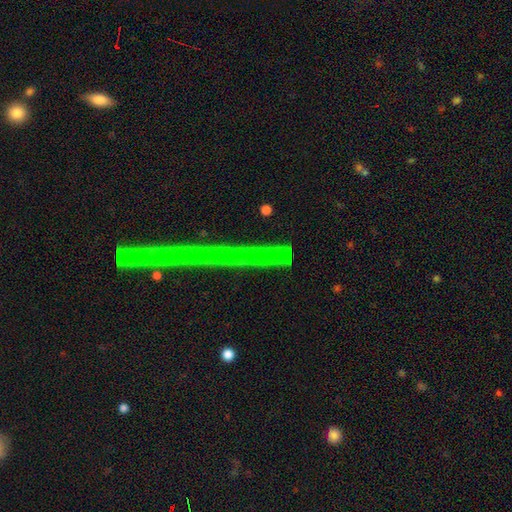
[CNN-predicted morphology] A star or artifact, not a galaxy (69%).